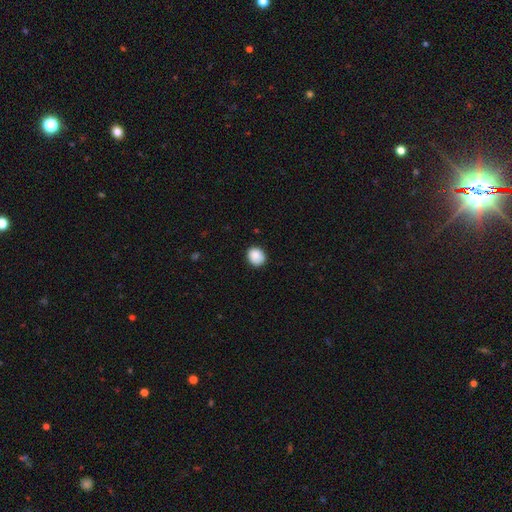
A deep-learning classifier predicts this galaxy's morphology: Overall: smooth (87%). How rounded: round (70%). Merging: none (82%).